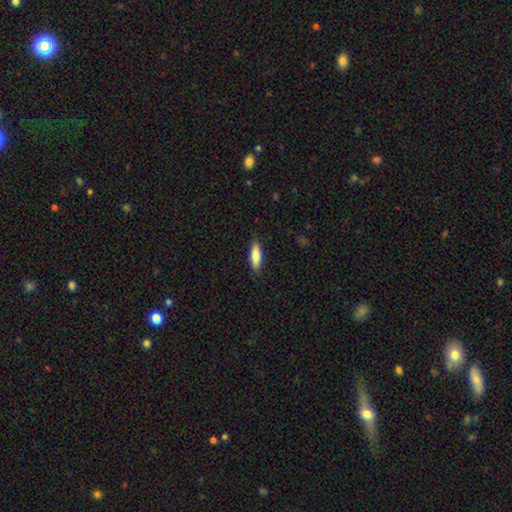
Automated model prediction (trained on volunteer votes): Morphology: type=smooth (80%); roundness=cigar-shaped (49%, tied with in between); merging=none (87%).